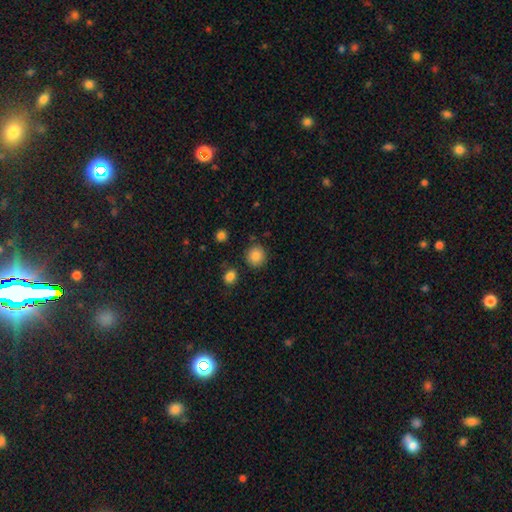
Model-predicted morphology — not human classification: Q: Smooth or featured?
A: smooth (86%); runner-up: star or artifact (10%)
Q: How rounded?
A: round (91%); runner-up: in between (8%)
Q: Merging?
A: none (86%); runner-up: minor disturbance (8%)